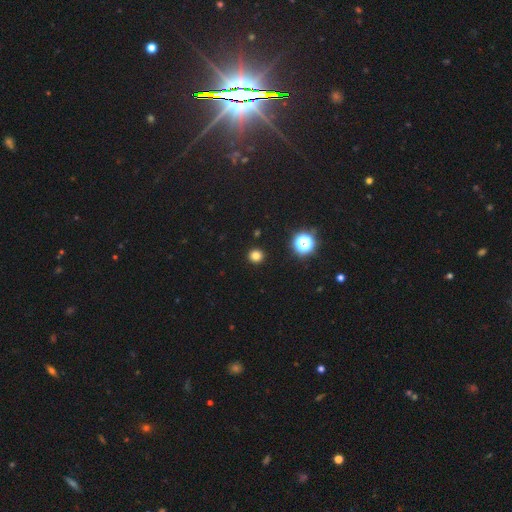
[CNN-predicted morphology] Smooth or featured: smooth — 79% (star or artifact — 16%)
How rounded: round — 95% (in between — 4%)
Merging: none — 93% (minor disturbance — 4%)